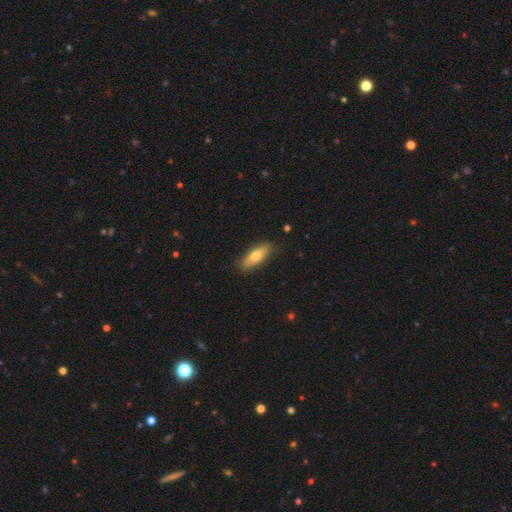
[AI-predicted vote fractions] This is likely a smooth galaxy (68%). How rounded: possibly in between (53%). Merging: clearly none (84%).